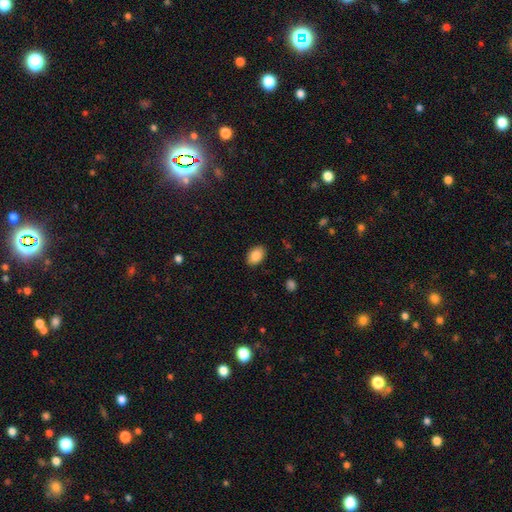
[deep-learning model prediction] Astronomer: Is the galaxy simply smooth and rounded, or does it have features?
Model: smooth — 88%.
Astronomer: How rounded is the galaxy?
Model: in between — 87%.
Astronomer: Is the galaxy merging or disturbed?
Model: none — 87%.